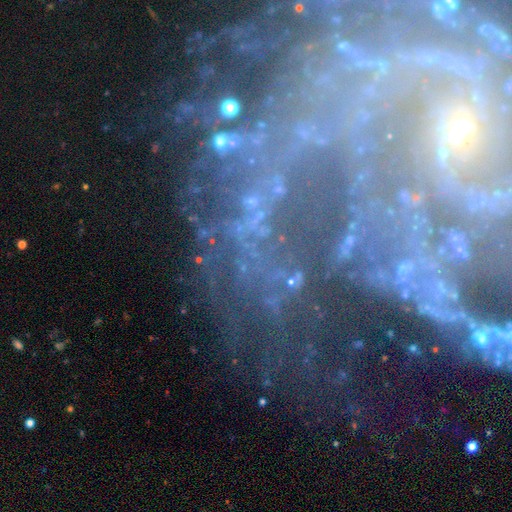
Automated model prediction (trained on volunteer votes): Smooth or featured? Predicted: featured or disk (p=0.72). Edge-on disk? Predicted: no (p=0.96). Bar? Predicted: no (p=0.54). Spiral arms? Predicted: yes (p=0.85). Spiral winding? Predicted: tight (p=0.54). Spiral arm count? Predicted: can't tell (p=0.30). Bulge size? Predicted: small (p=0.69). Merging? Predicted: none (p=0.56).